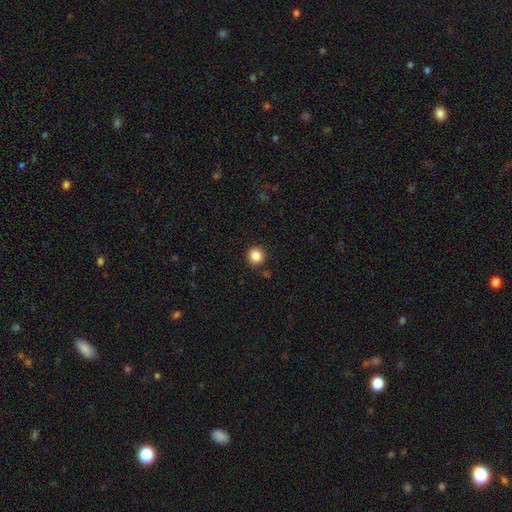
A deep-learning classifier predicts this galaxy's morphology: smooth_or_featured: smooth (p=0.86) [alt: star or artifact p=0.10]
how_rounded: round (p=0.95) [alt: in between p=0.05]
merging: none (p=0.90) [alt: minor disturbance p=0.06]